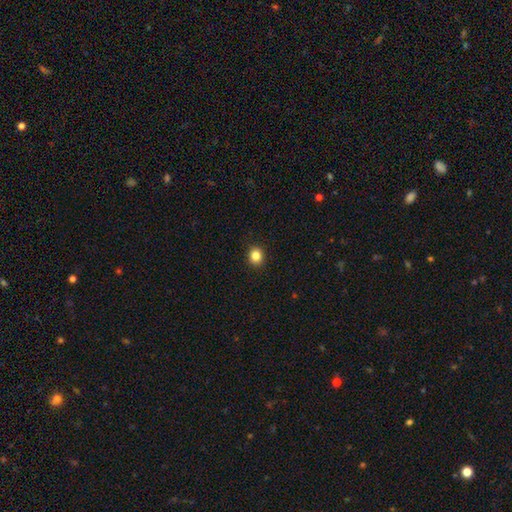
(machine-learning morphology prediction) The model was most divided on "how rounded": round: 80%, in between: 19%, cigar-shaped: 1%. More confident: merging — none (92%); smooth or featured — smooth (84%).